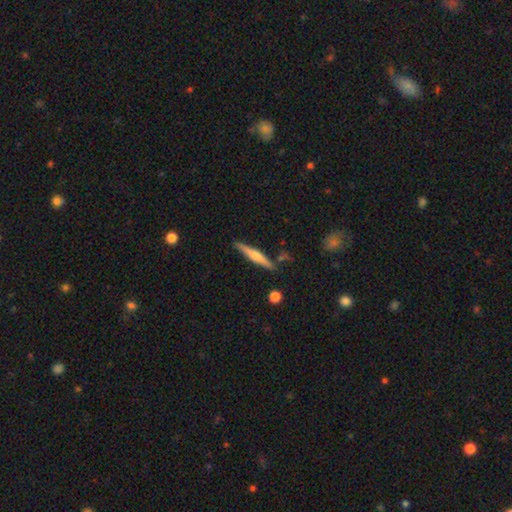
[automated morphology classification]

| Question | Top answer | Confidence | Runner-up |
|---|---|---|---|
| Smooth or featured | featured or disk | 51% | smooth (43%) |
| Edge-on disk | yes | 97% | no (3%) |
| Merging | none | 86% | minor disturbance (9%) |